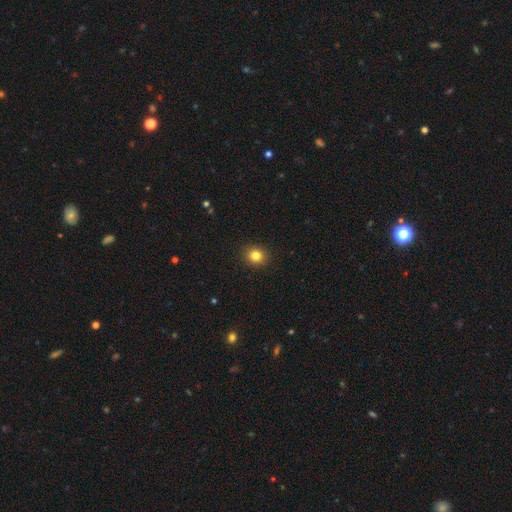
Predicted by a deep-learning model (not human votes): Q: Smooth or featured?
A: smooth (83%); runner-up: star or artifact (12%)
Q: How rounded?
A: round (79%); runner-up: in between (20%)
Q: Merging?
A: none (91%); runner-up: minor disturbance (6%)